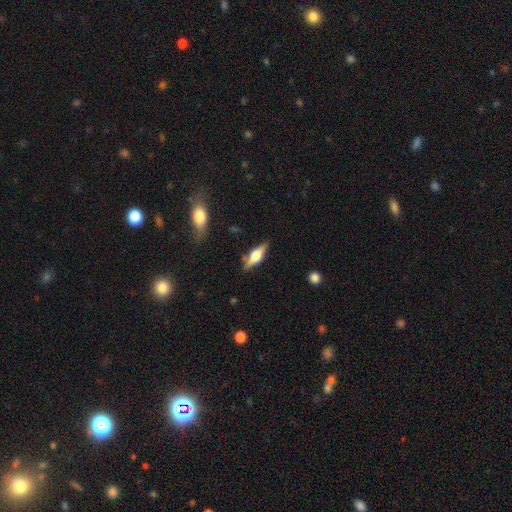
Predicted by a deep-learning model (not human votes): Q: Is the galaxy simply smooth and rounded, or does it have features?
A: featured or disk — 66%.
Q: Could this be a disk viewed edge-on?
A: yes — 95%.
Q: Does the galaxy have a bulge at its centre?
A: rounded — 90%.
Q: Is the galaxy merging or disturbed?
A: none — 83%.